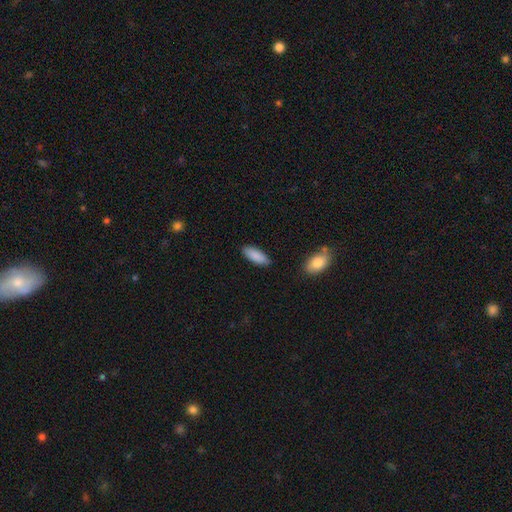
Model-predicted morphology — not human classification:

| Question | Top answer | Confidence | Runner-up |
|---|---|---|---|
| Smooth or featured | smooth | 89% | star or artifact (6%) |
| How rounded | in between | 73% | cigar-shaped (26%) |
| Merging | none | 86% | minor disturbance (10%) |